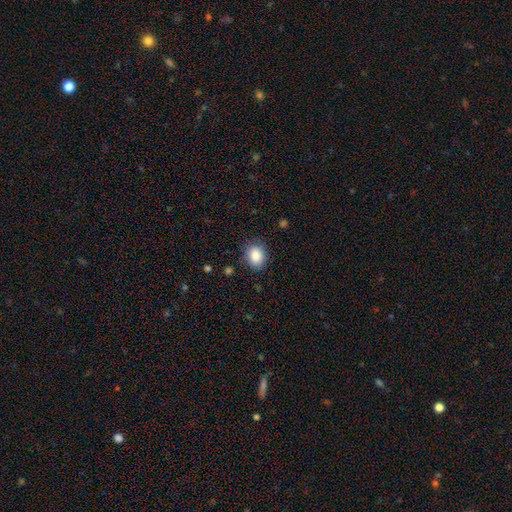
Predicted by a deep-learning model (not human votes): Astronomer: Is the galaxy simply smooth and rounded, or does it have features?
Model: smooth — 87%.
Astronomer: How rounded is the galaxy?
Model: in between — 53% (runner-up: round, 46%).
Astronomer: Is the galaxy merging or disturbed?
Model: none — 83%.